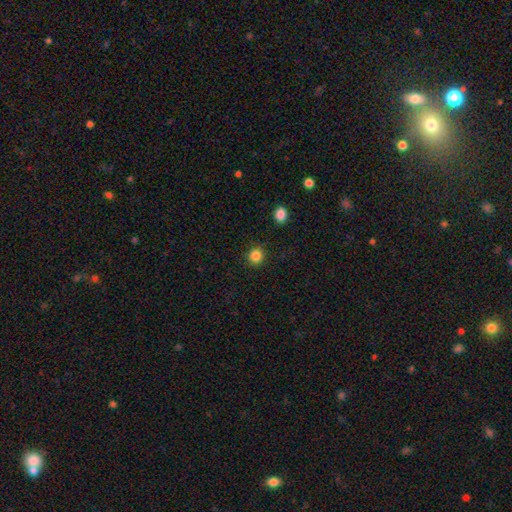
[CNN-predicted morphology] This appears to be a smooth galaxy with no disk features (85%) that is round (90%). Merging: none (90%).